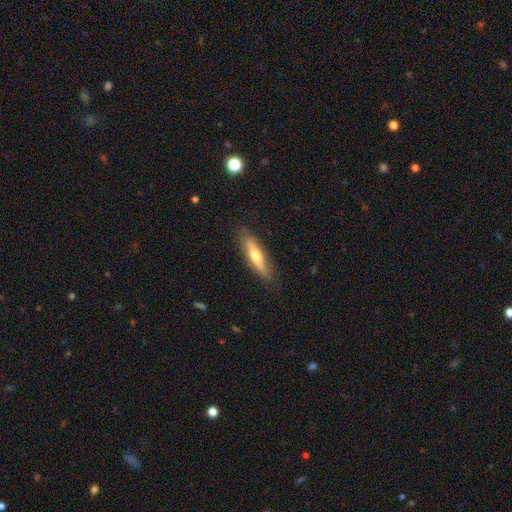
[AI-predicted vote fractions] Smooth or featured? Predicted: smooth (p=0.52). How rounded? Predicted: cigar-shaped (p=0.73). Merging? Predicted: none (p=0.86).